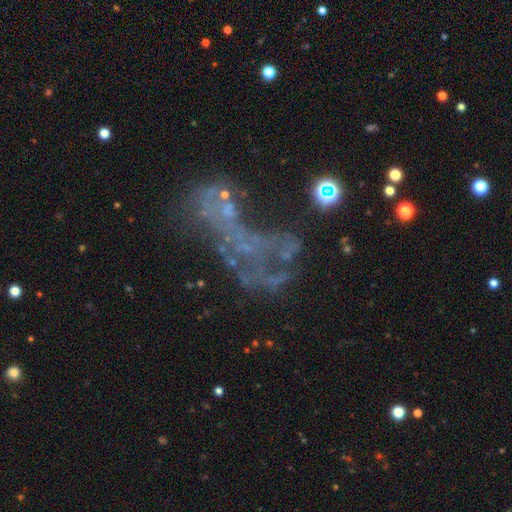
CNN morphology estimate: This appears to be a featured or disk galaxy (54%) with no bar (91%), no spiral arms (88%) and no central bulge (85%). Merging: major disturbance (42%).